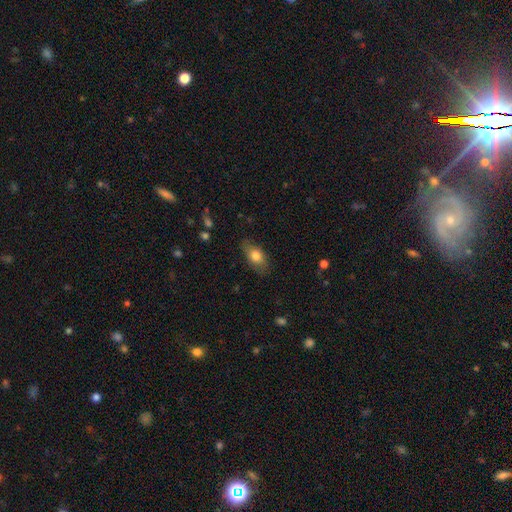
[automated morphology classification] Smooth or featured: smooth — 76% (featured or disk — 17%)
How rounded: in between — 87% (round — 8%)
Merging: none — 79% (minor disturbance — 16%)